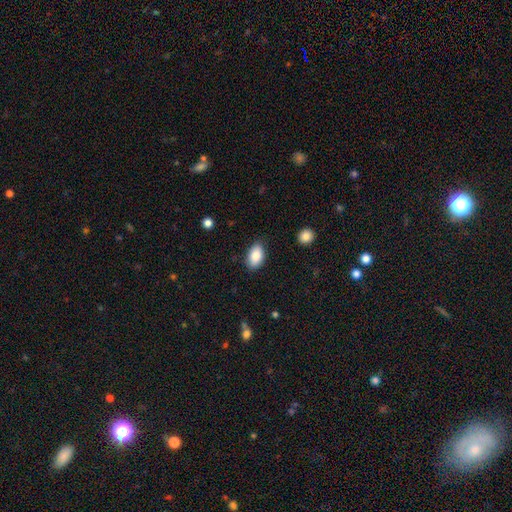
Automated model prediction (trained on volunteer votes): Smooth or featured? Predicted: smooth (p=0.87). How rounded? Predicted: in between (p=0.92). Merging? Predicted: none (p=0.83).